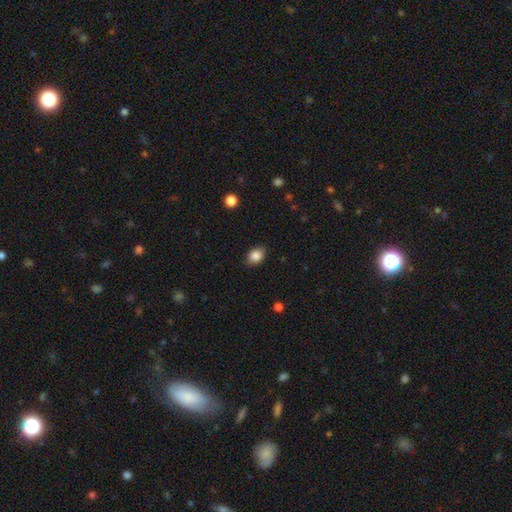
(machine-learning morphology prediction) This is clearly a smooth galaxy (86%). How rounded: likely in between (73%). Merging: clearly none (86%).